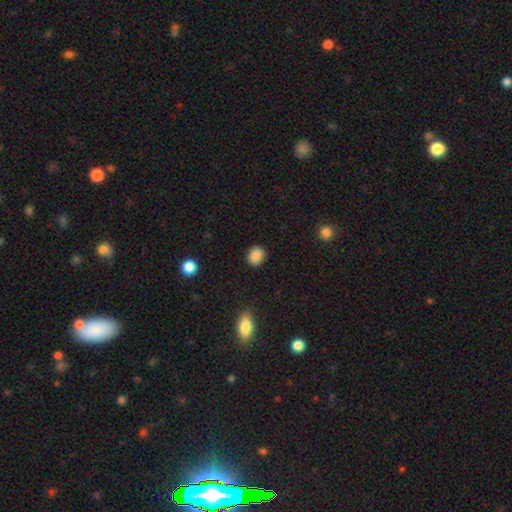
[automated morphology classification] smooth_or_featured: smooth (p=0.88) [alt: star or artifact p=0.09]
how_rounded: round (p=0.69) [alt: in between p=0.30]
merging: none (p=0.89) [alt: minor disturbance p=0.07]